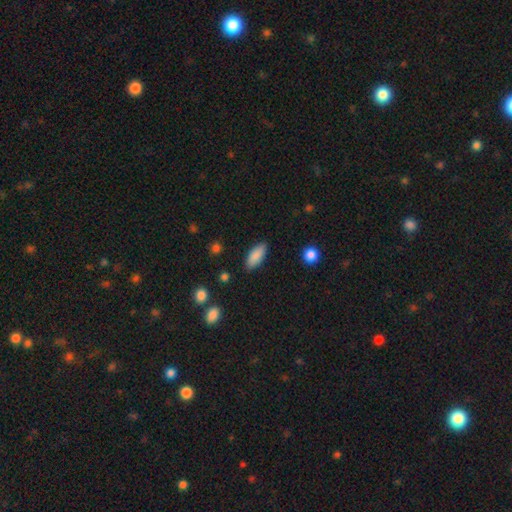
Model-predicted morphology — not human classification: smooth-or-featured: smooth: 87% | featured or disk: 7% | star or artifact: 6%
  how-rounded: in between: 81% | cigar-shaped: 17% | round: 2%
  merging: none: 86% | minor disturbance: 10% | major disturbance: 2% | merger: 1%